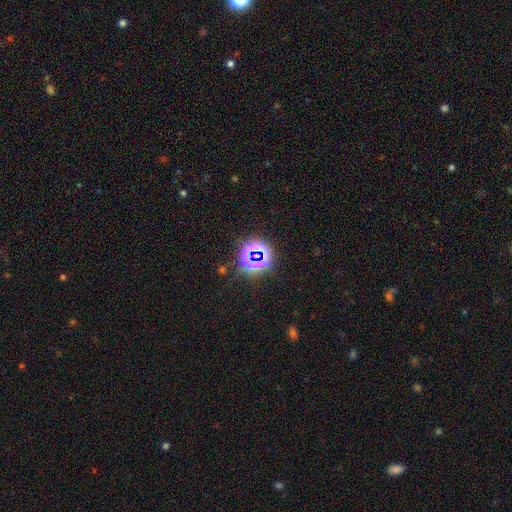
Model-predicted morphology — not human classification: Smooth or featured? star or artifact (73%)